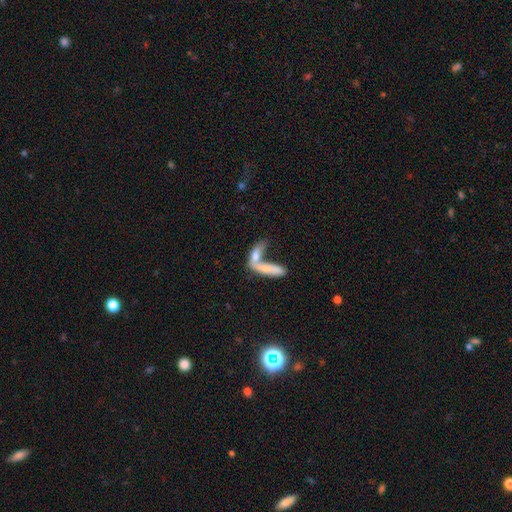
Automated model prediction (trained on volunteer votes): This appears to be a smooth galaxy with no disk features (65%) that is cigar-shaped (58%). Merging: merger (67%).